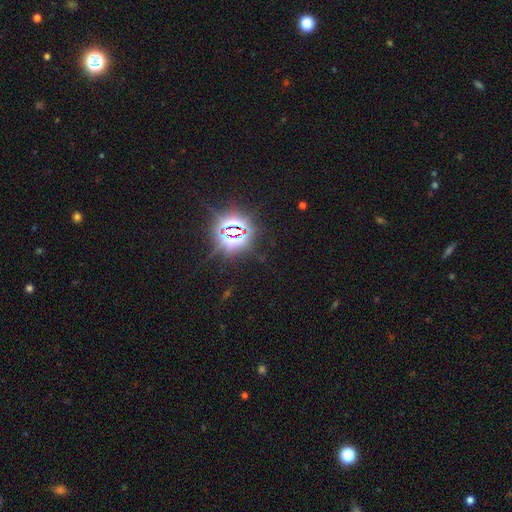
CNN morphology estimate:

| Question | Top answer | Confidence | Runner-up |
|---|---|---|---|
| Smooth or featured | star or artifact | 84% | smooth (10%) |